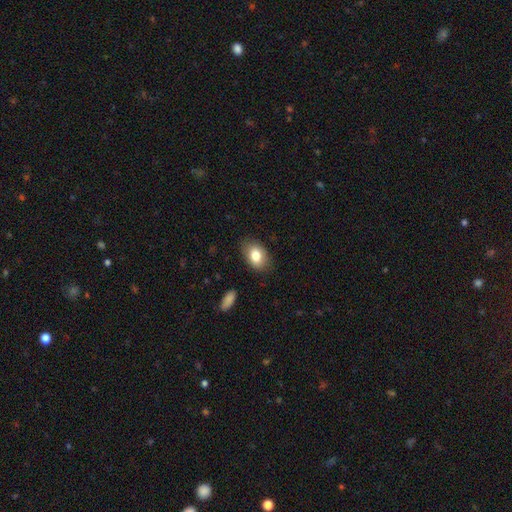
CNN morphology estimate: Smooth or featured? Predicted: smooth (p=0.81). How rounded? Predicted: in between (p=0.85). Merging? Predicted: none (p=0.84).